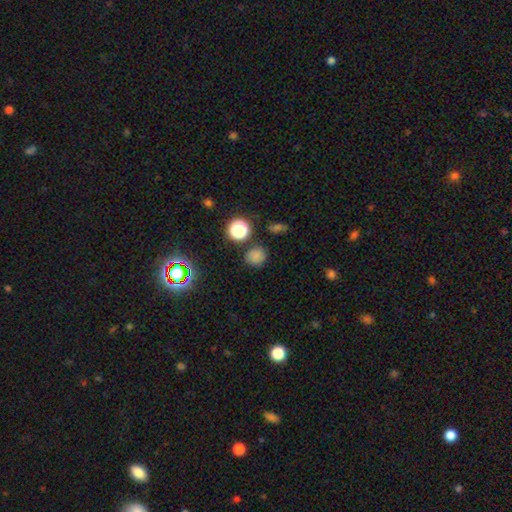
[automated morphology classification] This appears to be a smooth galaxy with no disk features (74%) that is round (86%). Merging: none (77%).